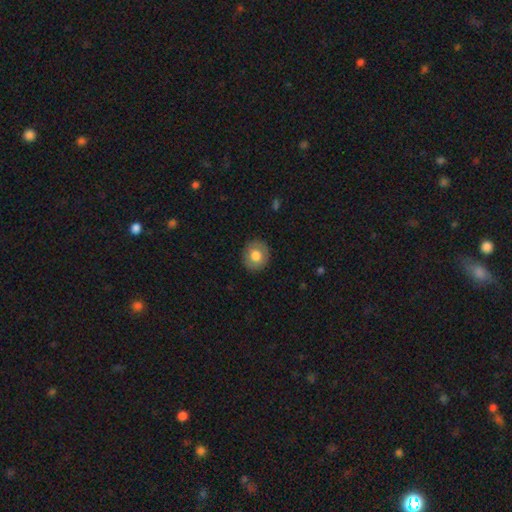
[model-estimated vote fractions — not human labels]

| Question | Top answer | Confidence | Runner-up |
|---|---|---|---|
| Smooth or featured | smooth | 73% | featured or disk (20%) |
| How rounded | round | 77% | in between (22%) |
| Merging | none | 88% | minor disturbance (9%) |